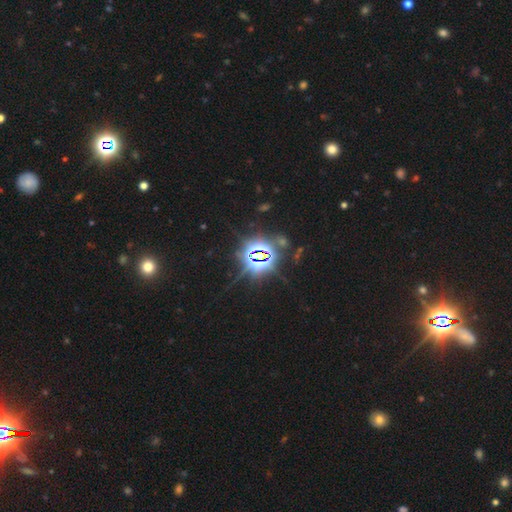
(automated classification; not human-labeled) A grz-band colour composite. It shows a star or artifact, not a galaxy (84%).